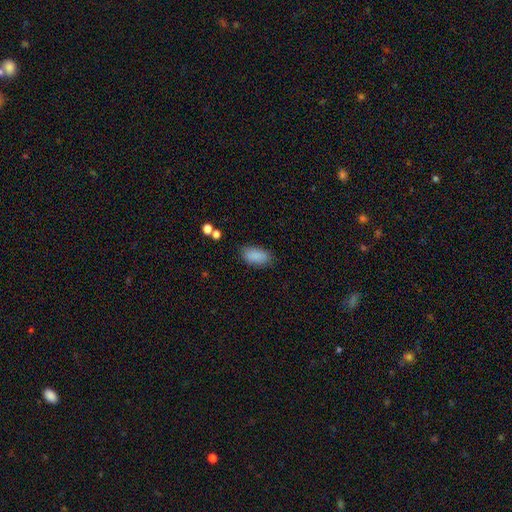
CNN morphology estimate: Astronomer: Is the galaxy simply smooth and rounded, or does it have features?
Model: smooth — 87%.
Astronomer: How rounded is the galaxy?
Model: in between — 92%.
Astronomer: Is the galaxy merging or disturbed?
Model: none — 80%.